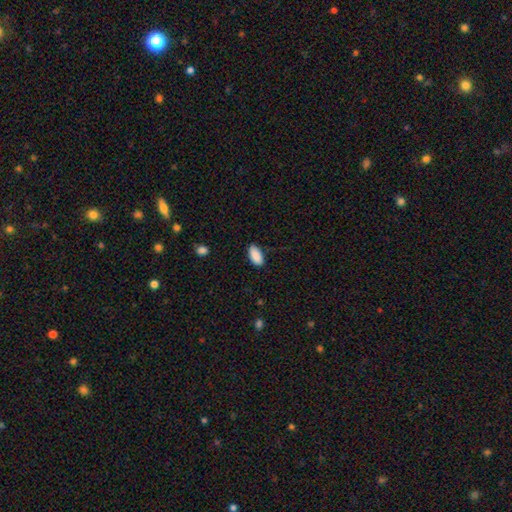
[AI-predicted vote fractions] This appears to be a smooth galaxy with no disk features (89%) that is in between round and cigar-shaped (93%). Merging: none (84%).